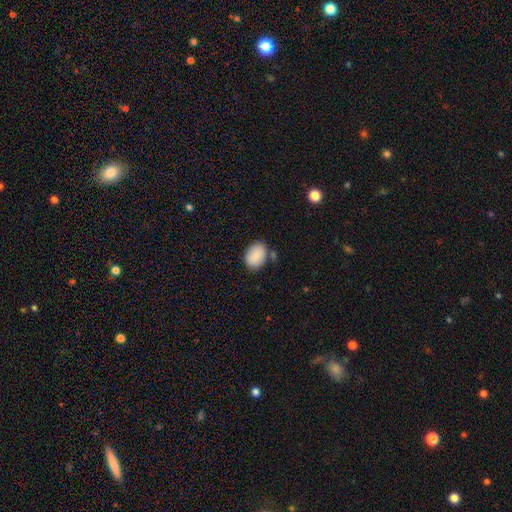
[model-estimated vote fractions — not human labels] Smooth or featured? Predicted: smooth (p=0.88). How rounded? Predicted: in between (p=0.77). Merging? Predicted: none (p=0.71).